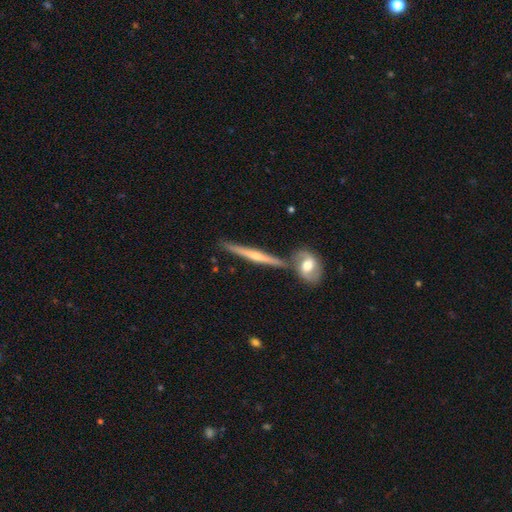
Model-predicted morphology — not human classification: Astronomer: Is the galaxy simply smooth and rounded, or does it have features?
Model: featured or disk — 73%.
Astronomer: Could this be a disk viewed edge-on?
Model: yes — 95%.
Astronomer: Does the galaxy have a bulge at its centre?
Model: rounded — 74%.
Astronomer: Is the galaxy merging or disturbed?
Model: none — 72%.